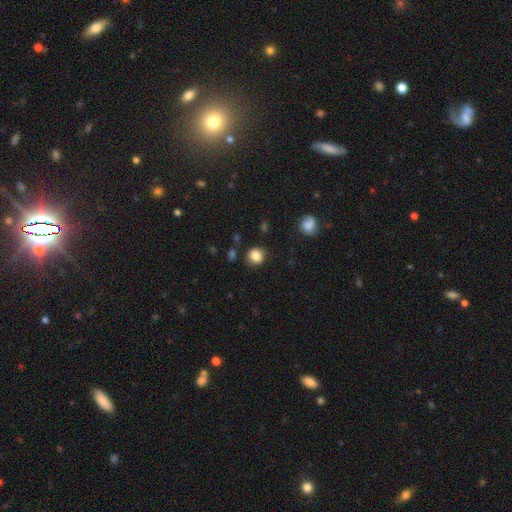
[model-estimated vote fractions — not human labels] The model was most divided on "how rounded": round: 82%, in between: 17%, cigar-shaped: 1%. More confident: smooth or featured — smooth (85%); merging — none (84%).